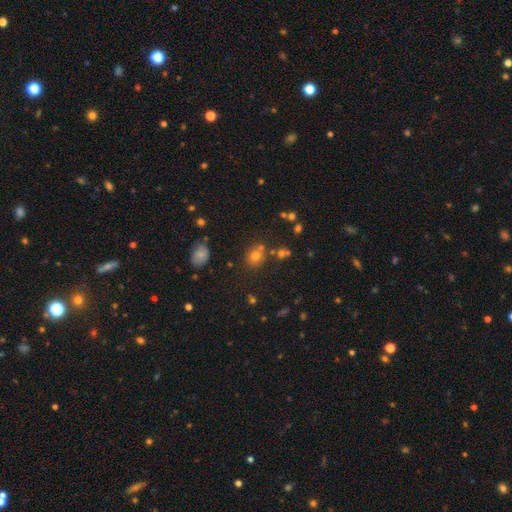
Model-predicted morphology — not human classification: type=smooth (68%); roundness=round (68%); merging=none (71%).